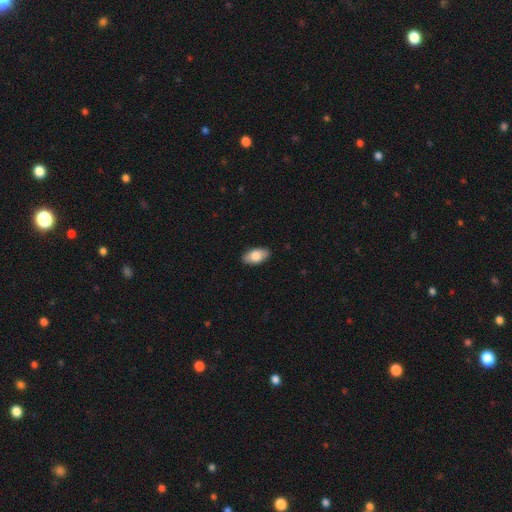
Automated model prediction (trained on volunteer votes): Morphology: type=smooth (79%); roundness=in between (93%); merging=none (88%).